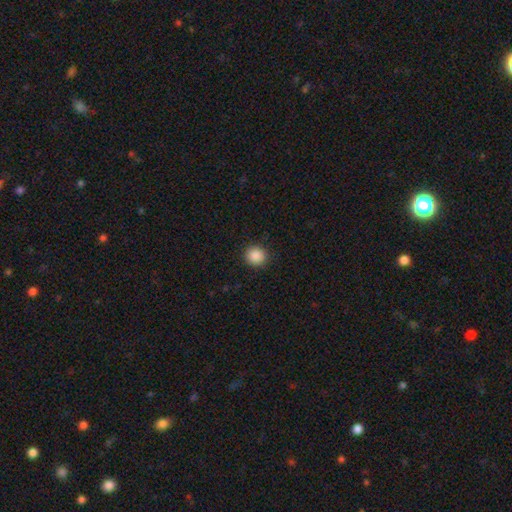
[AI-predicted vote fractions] Smooth or featured? smooth (89%)
How rounded? round (90%)
Merging? none (91%)